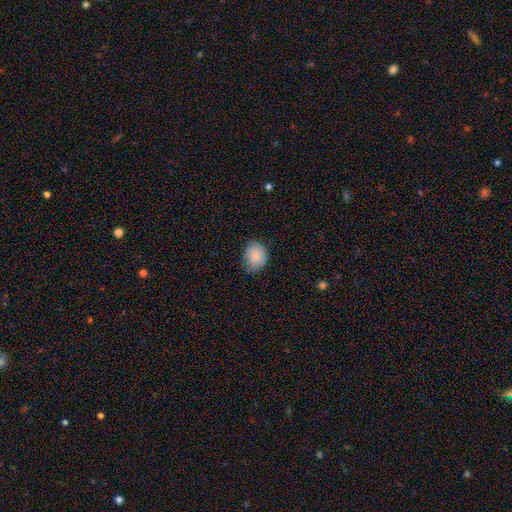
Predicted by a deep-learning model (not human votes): smooth-or-featured: smooth: 85% | featured or disk: 8% | star or artifact: 7%
  how-rounded: in between: 55% | round: 44% | cigar-shaped: 1%
  merging: none: 75% | minor disturbance: 20% | major disturbance: 3% | merger: 1%